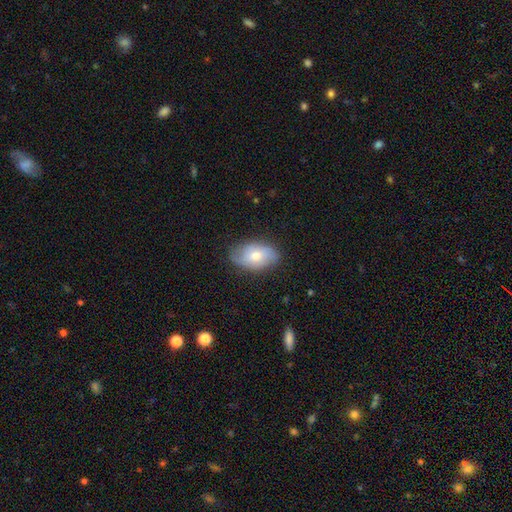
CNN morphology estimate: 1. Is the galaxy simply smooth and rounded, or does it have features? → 54% smooth, 38% featured or disk, 8% star or artifact.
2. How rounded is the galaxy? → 88% in between, 10% round, 2% cigar-shaped.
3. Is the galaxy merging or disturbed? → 74% none, 20% minor disturbance, 5% major disturbance, 1% merger.